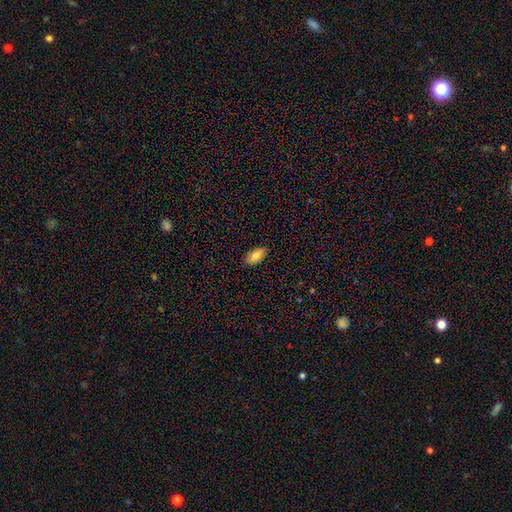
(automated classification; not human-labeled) Smooth or featured? Predicted: smooth (p=0.80). How rounded? Predicted: in between (p=0.93). Merging? Predicted: none (p=0.88).